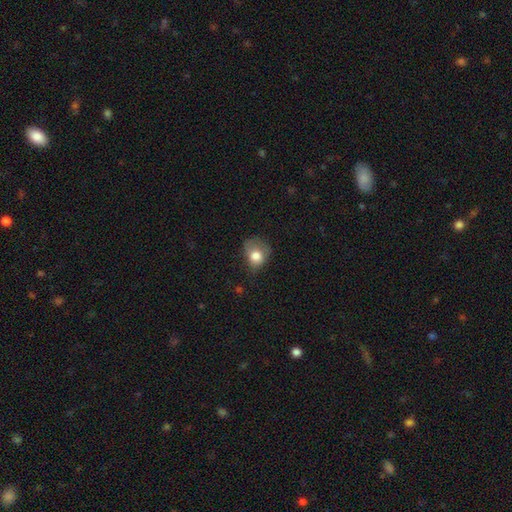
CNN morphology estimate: Smooth or featured?
  - smooth: 76% *
  - featured or disk: 14%
  - star or artifact: 10%
How rounded?
  - round: 51% *
  - in between: 48%
  - cigar-shaped: 1%
Merging?
  - minor disturbance: 38% *
  - none: 33%
  - major disturbance: 27%
  - merger: 2%